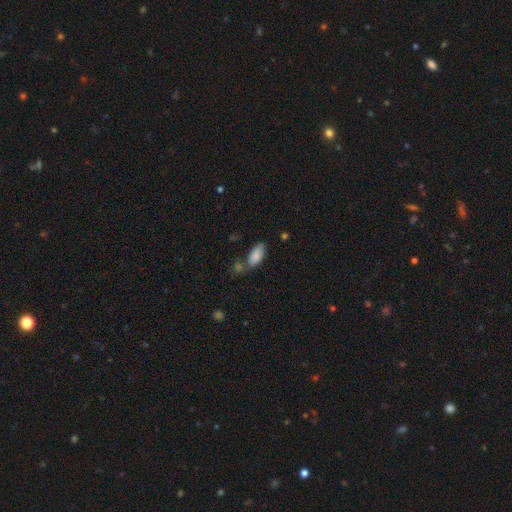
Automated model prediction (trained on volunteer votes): Smooth or featured? smooth (85%)
How rounded? in between (88%)
Merging? none (54%)